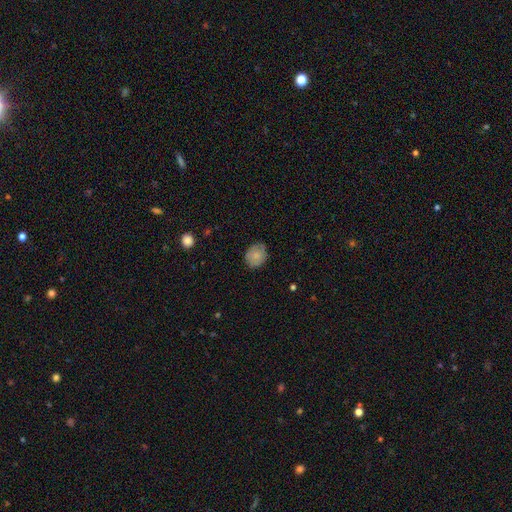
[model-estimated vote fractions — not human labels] A smooth galaxy with no disk features (80%) that is round (60%).

Vote fractions:
- Smooth or featured? smooth: 80% / featured or disk: 12% / star or artifact: 8%
- How rounded? round: 60% / in between: 39% / cigar-shaped: 1%
- Merging? none: 78% / minor disturbance: 18% / major disturbance: 3% / merger: 1%